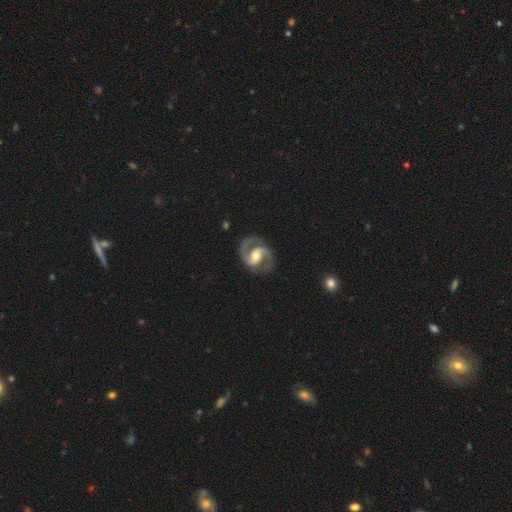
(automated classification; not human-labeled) Overall: featured or disk (90%). Edge-on disk: no (98%). Bar: weak (43%; strong 33%). Spiral arms: yes (97%). Spiral arm count: 2 (92%). Spiral winding: medium (61%; tight 22%). Bulge size: moderate (63%; small 26%). Merging: none (78%).